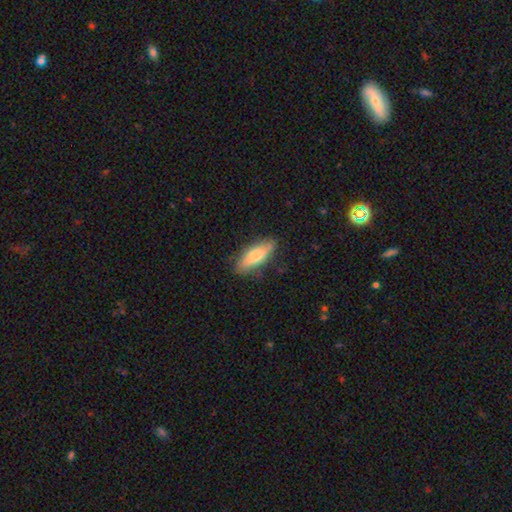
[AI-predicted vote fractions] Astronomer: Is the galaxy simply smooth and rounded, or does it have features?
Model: smooth — 73%.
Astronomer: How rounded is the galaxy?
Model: in between — 56% (runner-up: cigar-shaped, 42%).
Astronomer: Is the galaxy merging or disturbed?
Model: none — 80%.